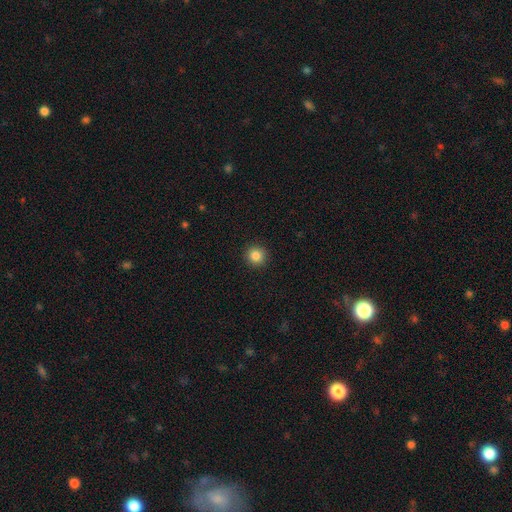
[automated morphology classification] smooth 85%, star or artifact 11%, featured or disk 4%. Down the decision tree: how rounded — round (95%); merging — none (93%).